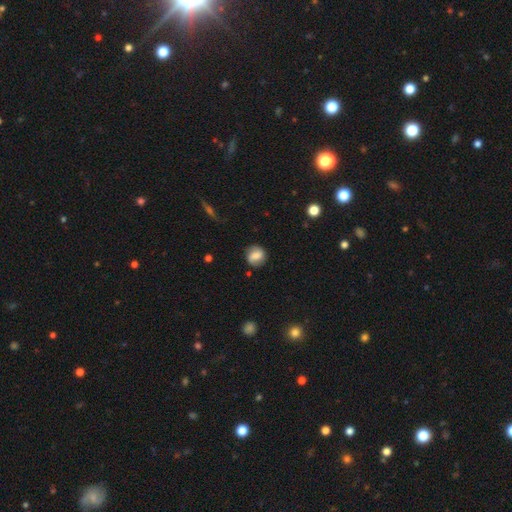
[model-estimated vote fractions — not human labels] This is possibly a smooth galaxy (54%). How rounded: likely round (74%). Merging: likely none (79%).